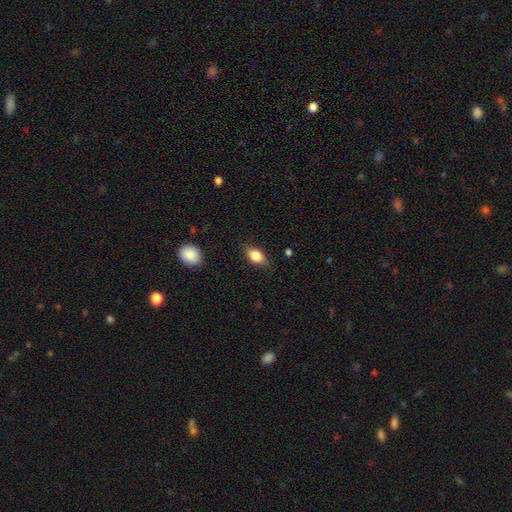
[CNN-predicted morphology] The model was most divided on "merging": none: 76%, minor disturbance: 19%, major disturbance: 4%, merger: 1%. More confident: smooth or featured — smooth (80%); how rounded — in between (79%).